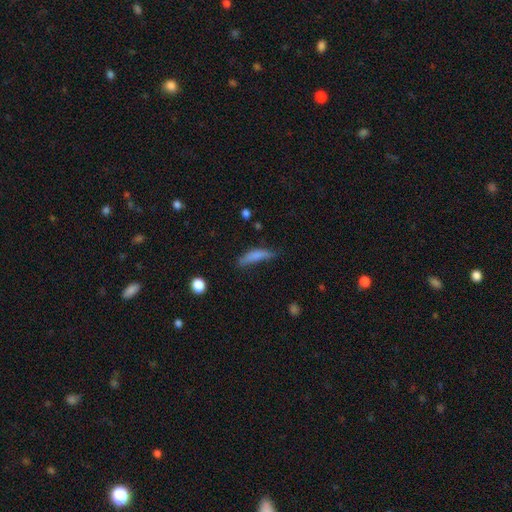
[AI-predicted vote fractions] This appears to be a smooth galaxy with no disk features (76%) that is cigar-shaped (68%). Merging: none (44%).